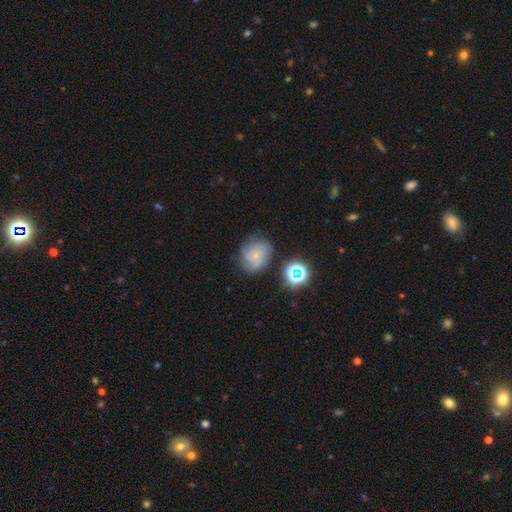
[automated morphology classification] This is marginally a featured or disk galaxy (44%). Merging: likely none (63%).